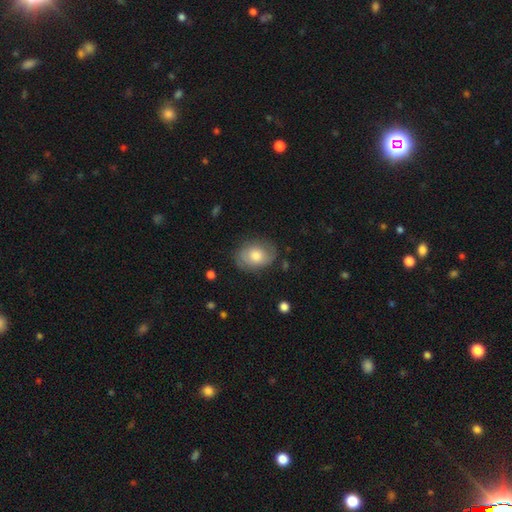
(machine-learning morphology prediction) Smooth or featured? smooth (64%)
How rounded? in between (71%)
Merging? none (75%)